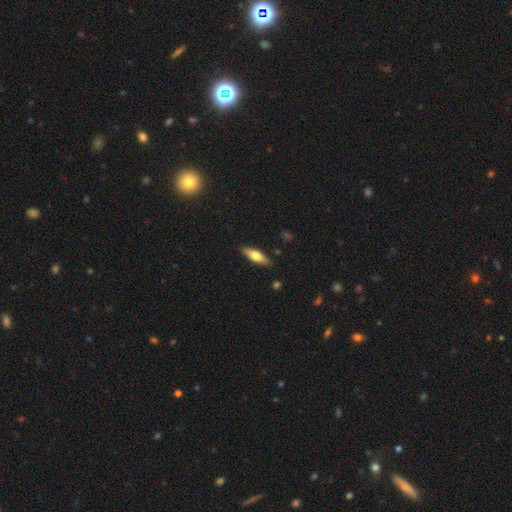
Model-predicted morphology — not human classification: Smooth or featured?
  - smooth: 56% *
  - featured or disk: 38%
  - star or artifact: 6%
How rounded?
  - cigar-shaped: 50% *
  - in between: 48%
  - round: 3%
Merging?
  - none: 87% *
  - minor disturbance: 10%
  - major disturbance: 2%
  - merger: 1%